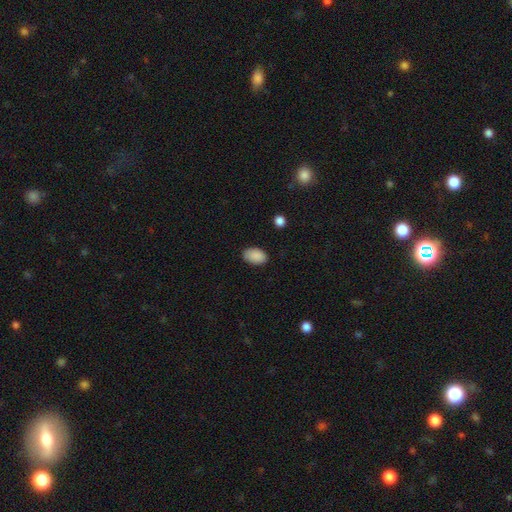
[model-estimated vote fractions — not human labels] Smooth or featured? smooth (89%)
How rounded? in between (92%)
Merging? none (82%)